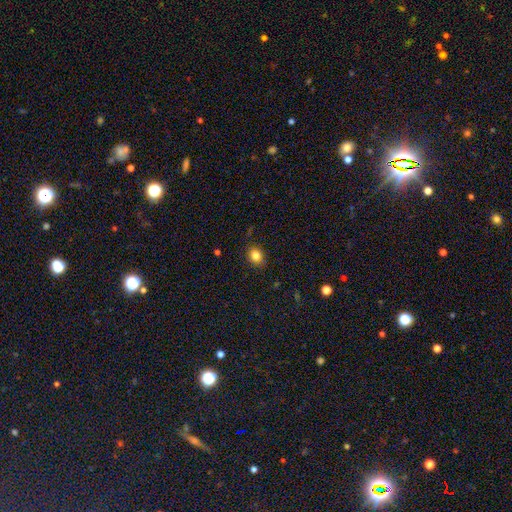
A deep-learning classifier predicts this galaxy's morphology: A smooth galaxy with no disk features (83%) that is round (59%).

Vote fractions:
- Smooth or featured? smooth: 83% / star or artifact: 11% / featured or disk: 5%
- How rounded? round: 59% / in between: 40% / cigar-shaped: 1%
- Merging? none: 86% / minor disturbance: 10% / major disturbance: 2% / merger: 1%